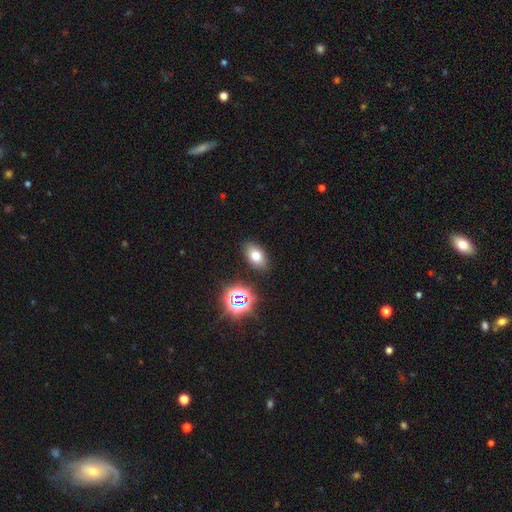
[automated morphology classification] The model was most divided on "smooth or featured": smooth: 71%, star or artifact: 17%, featured or disk: 13%. More confident: how rounded — in between (88%); merging — none (86%).